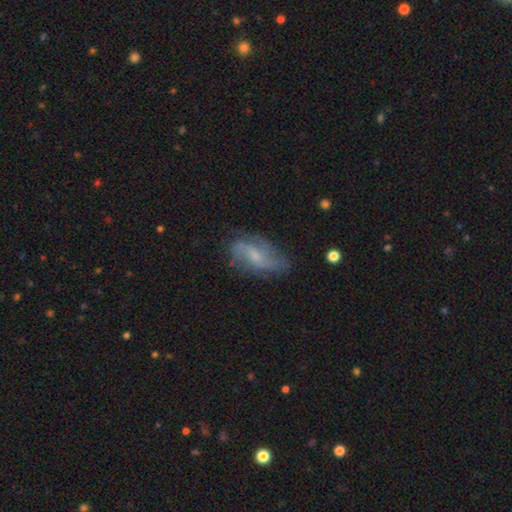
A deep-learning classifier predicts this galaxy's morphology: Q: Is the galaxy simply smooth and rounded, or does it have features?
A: featured or disk — 69%.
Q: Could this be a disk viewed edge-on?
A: no — 94%.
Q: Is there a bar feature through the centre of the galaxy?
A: no — 48%.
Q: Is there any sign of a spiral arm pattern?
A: yes — 88%.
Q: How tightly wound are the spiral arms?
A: loose — 53%.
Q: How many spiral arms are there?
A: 2 — 59%.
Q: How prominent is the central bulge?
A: small — 58%.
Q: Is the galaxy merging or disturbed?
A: none — 62%.